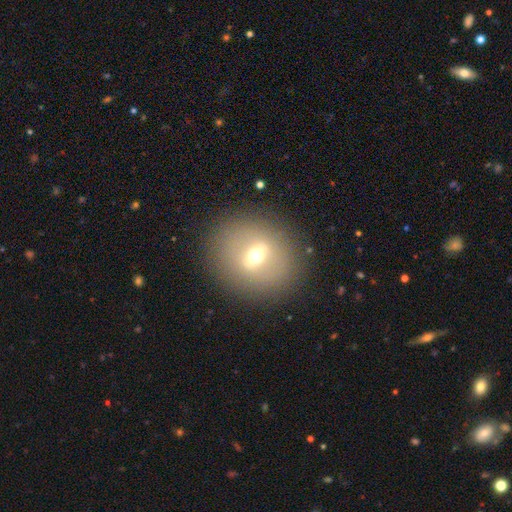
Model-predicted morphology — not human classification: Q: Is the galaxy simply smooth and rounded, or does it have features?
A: featured or disk — 47%.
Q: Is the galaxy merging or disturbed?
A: none — 86%.